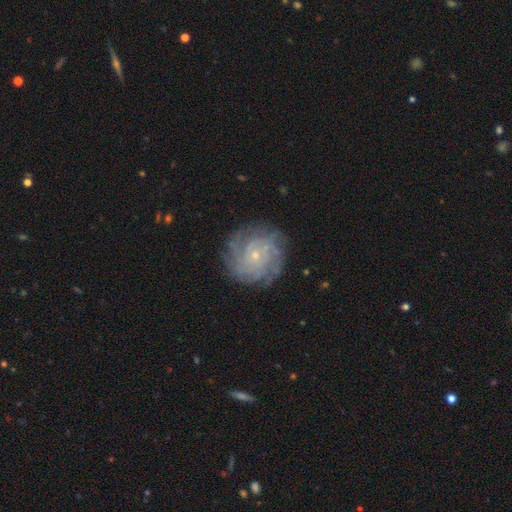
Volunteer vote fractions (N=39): Smooth or featured? featured or disk (95%)
Edge-on disk? no (100%)
Bar? no (84%)
Spiral arms? yes (100%)
Spiral winding? tight (92%)
Spiral arm count? more than 4 (38%)
Bulge size? small (86%)
Merging? none (90%)